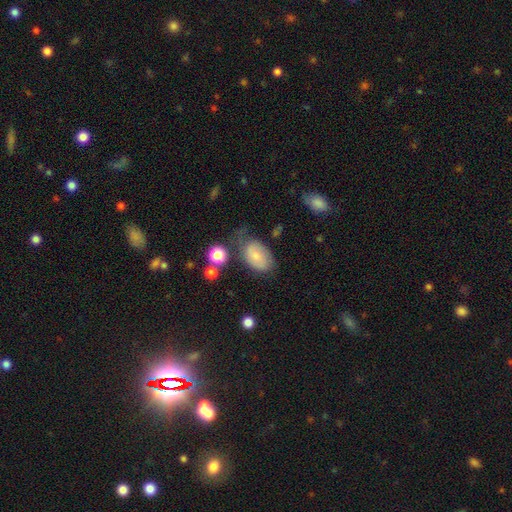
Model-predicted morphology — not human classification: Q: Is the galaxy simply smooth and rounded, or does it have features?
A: smooth — 72%.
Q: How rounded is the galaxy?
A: in between — 89%.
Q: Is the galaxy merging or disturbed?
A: none — 49%.